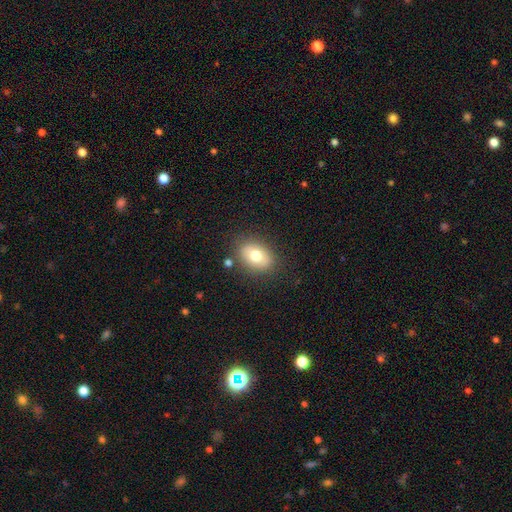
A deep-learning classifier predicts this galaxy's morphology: The model was most divided on "how rounded": in between: 75%, round: 24%, cigar-shaped: 1%. More confident: merging — none (81%); smooth or featured — smooth (73%).